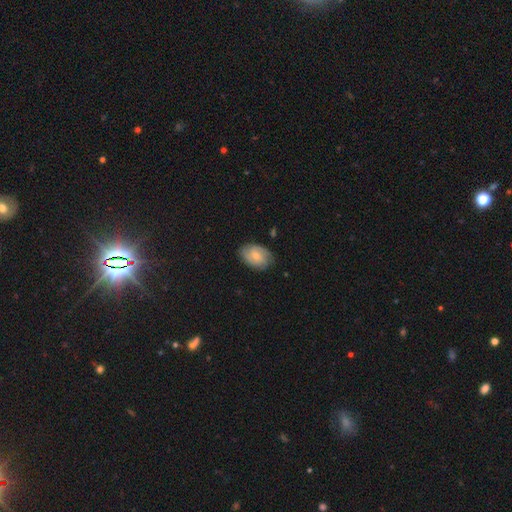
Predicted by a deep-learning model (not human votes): This appears to be a smooth galaxy with no disk features (47%). Merging: none (77%).